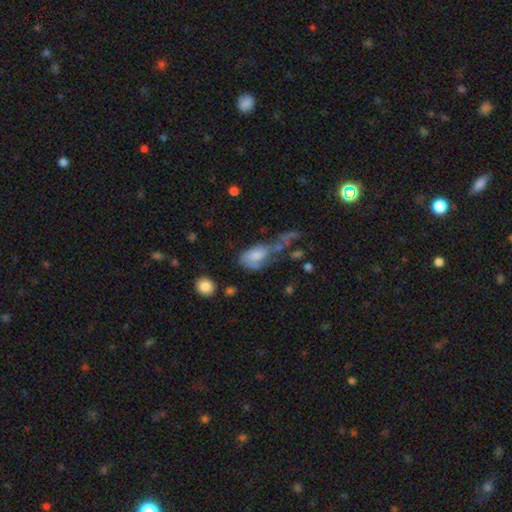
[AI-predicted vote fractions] Q: Smooth or featured?
A: smooth (62%); runner-up: featured or disk (28%)
Q: How rounded?
A: in between (89%); runner-up: round (7%)
Q: Merging?
A: major disturbance (42%); runner-up: merger (26%)